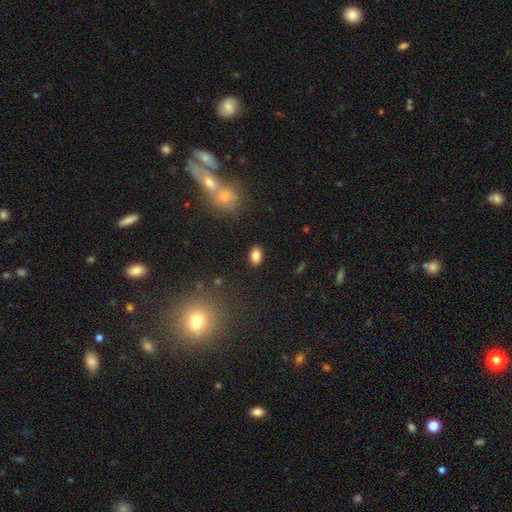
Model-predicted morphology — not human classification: Overall: smooth (84%). How rounded: in between (85%). Merging: none (87%).